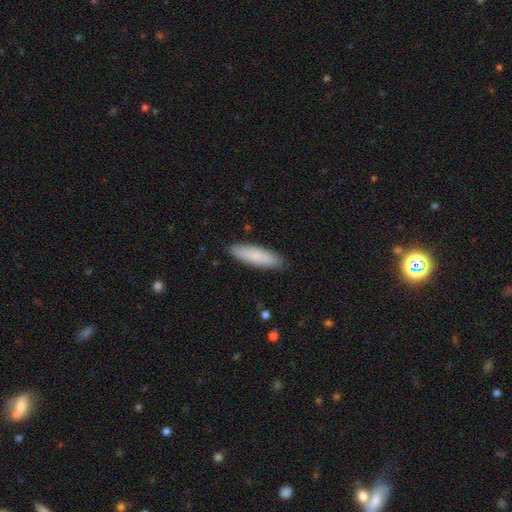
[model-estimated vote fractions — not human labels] The model was most divided on "how rounded": cigar-shaped: 59%, in between: 40%, round: 1%. More confident: merging — none (88%); smooth or featured — smooth (82%).